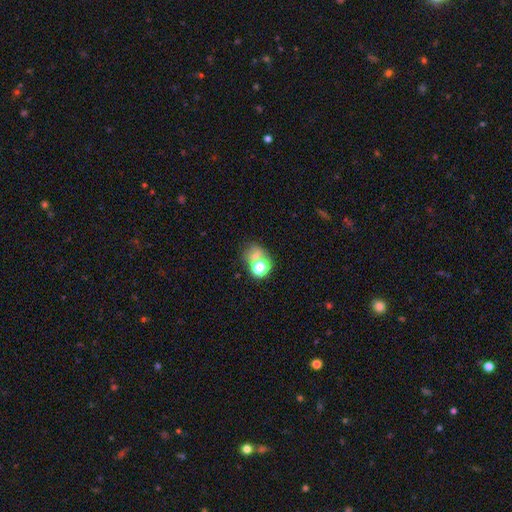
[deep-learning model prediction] smooth 57%, star or artifact 28%, featured or disk 15%. Down the decision tree: how rounded — round (65%); merging — none (43%).